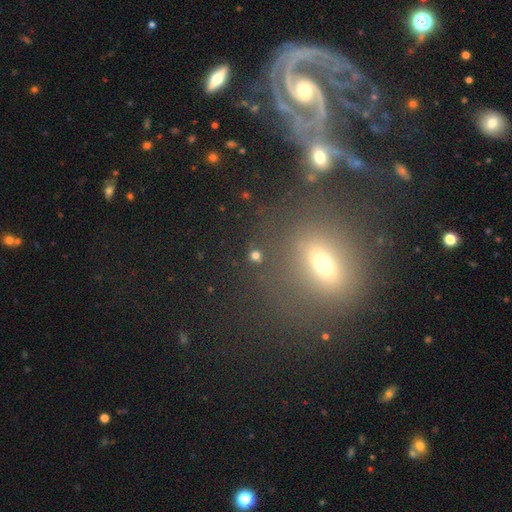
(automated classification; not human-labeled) smooth 70%, star or artifact 23%, featured or disk 7%. Down the decision tree: how rounded — round (83%); merging — none (82%).